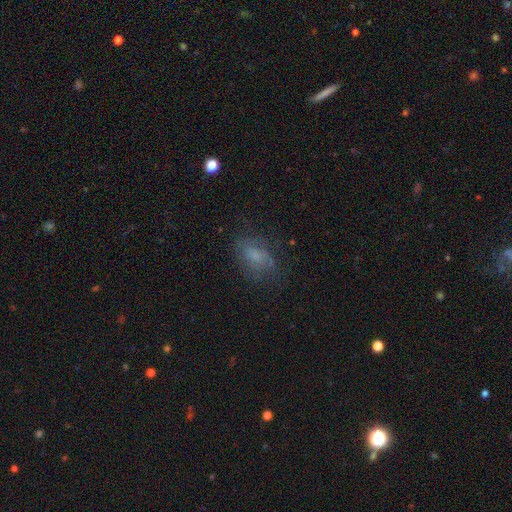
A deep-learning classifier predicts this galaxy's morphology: Q: Smooth or featured?
A: smooth (59%); runner-up: featured or disk (27%)
Q: How rounded?
A: in between (79%); runner-up: round (19%)
Q: Merging?
A: none (62%); runner-up: minor disturbance (22%)